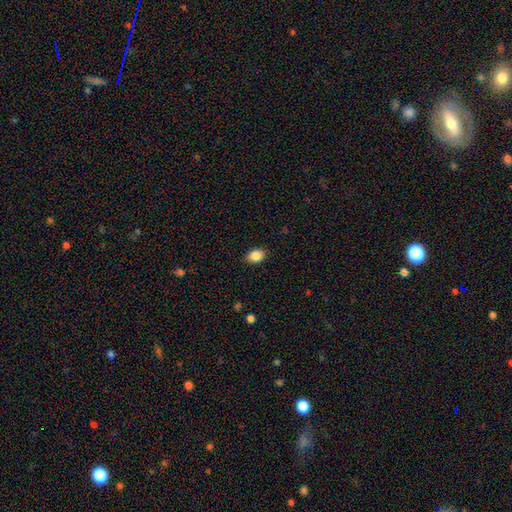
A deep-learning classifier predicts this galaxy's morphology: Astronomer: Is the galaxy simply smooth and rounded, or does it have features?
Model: smooth — 86%.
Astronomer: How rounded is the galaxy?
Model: in between — 79%.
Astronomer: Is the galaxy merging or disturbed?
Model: none — 86%.